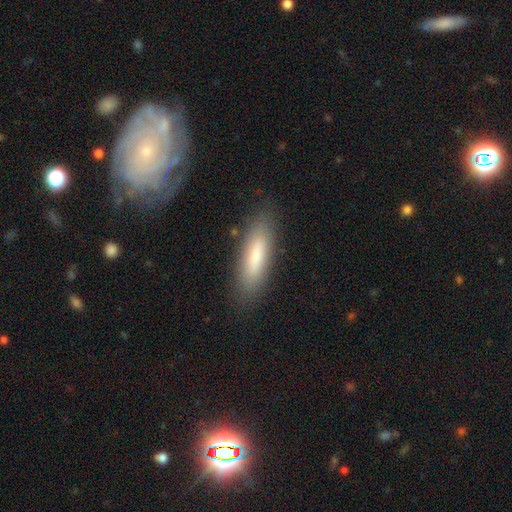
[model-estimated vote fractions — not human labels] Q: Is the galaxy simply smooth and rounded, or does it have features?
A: smooth — 76%.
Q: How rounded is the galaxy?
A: cigar-shaped — 57%.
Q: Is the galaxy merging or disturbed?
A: none — 84%.